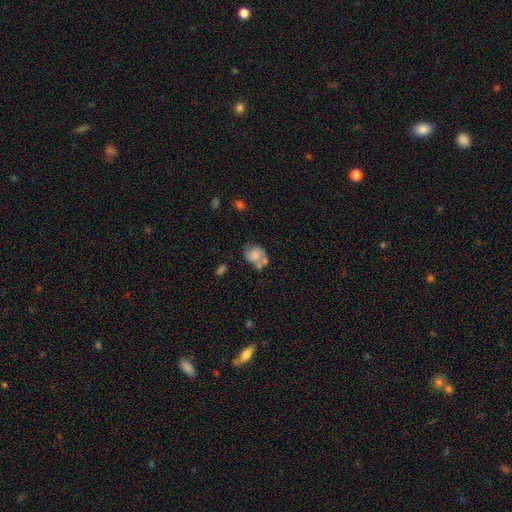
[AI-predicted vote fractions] Smooth or featured: smooth — 58% (featured or disk — 33%)
How rounded: round — 53% (in between — 46%)
Merging: none — 36% (merger — 28%)